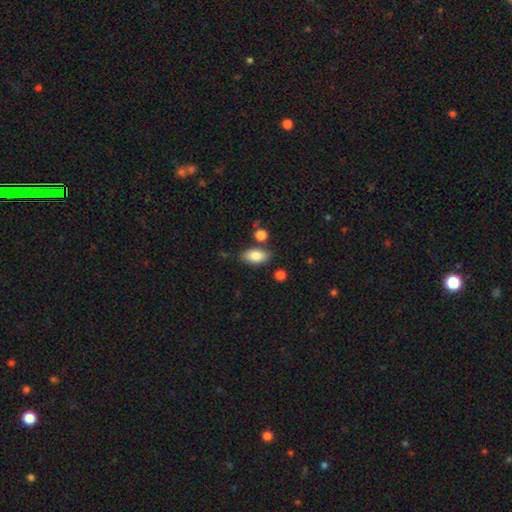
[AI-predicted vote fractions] Overall: smooth (85%). How rounded: in between (91%). Merging: none (77%).